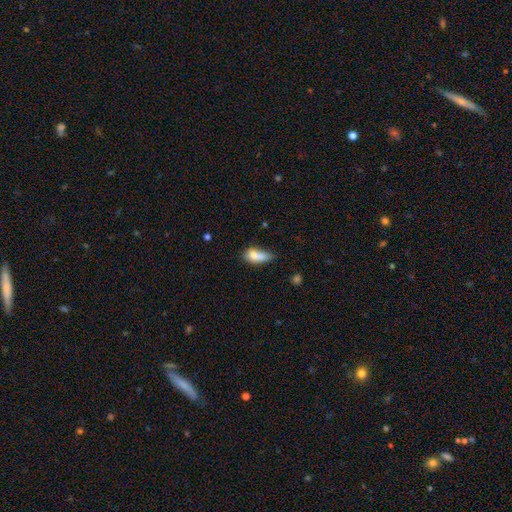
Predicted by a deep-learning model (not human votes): Smooth or featured?
  - smooth: 74% *
  - featured or disk: 17%
  - star or artifact: 9%
How rounded?
  - in between: 78% *
  - cigar-shaped: 15%
  - round: 7%
Merging?
  - minor disturbance: 30% *
  - none: 28%
  - merger: 23%
  - major disturbance: 18%